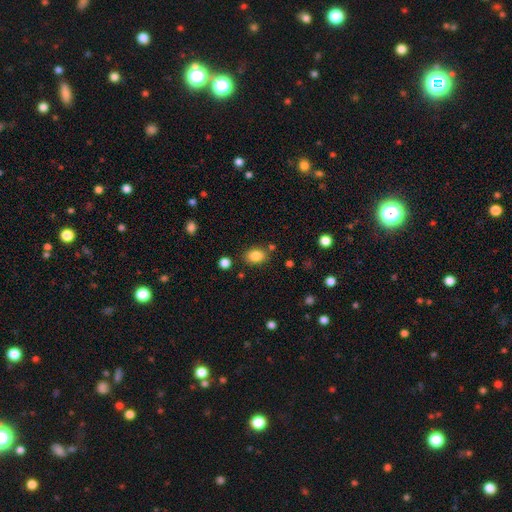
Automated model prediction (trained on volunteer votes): smooth_or_featured: smooth (p=0.85) [alt: star or artifact p=0.09]
how_rounded: in between (p=0.77) [alt: round p=0.22]
merging: none (p=0.81) [alt: minor disturbance p=0.12]